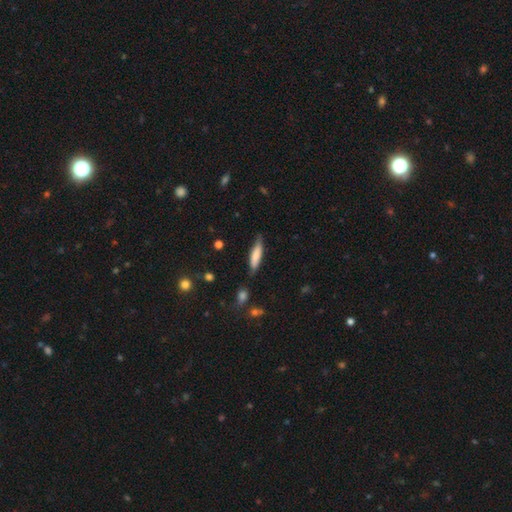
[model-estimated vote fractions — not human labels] Smooth or featured? Predicted: smooth (p=0.75). How rounded? Predicted: cigar-shaped (p=0.75). Merging? Predicted: none (p=0.76).